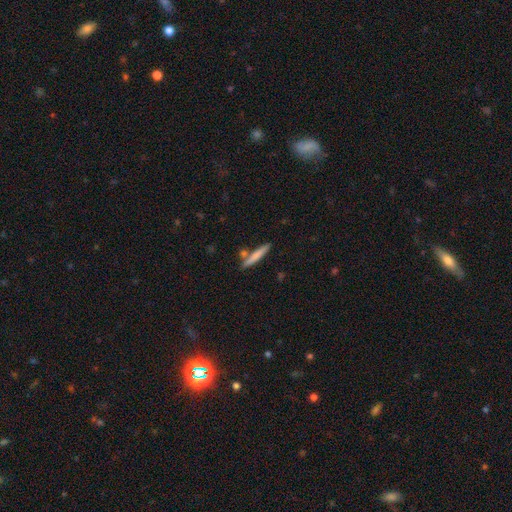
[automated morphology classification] The model was most divided on "smooth or featured": smooth: 71%, featured or disk: 23%, star or artifact: 6%. More confident: how rounded — cigar-shaped (93%); merging — none (78%).